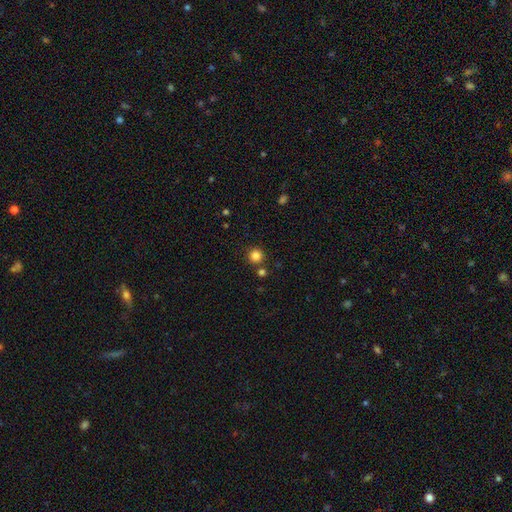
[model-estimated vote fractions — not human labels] Smooth or featured: smooth — 83% (star or artifact — 13%)
How rounded: round — 95% (in between — 4%)
Merging: none — 84% (merger — 8%)